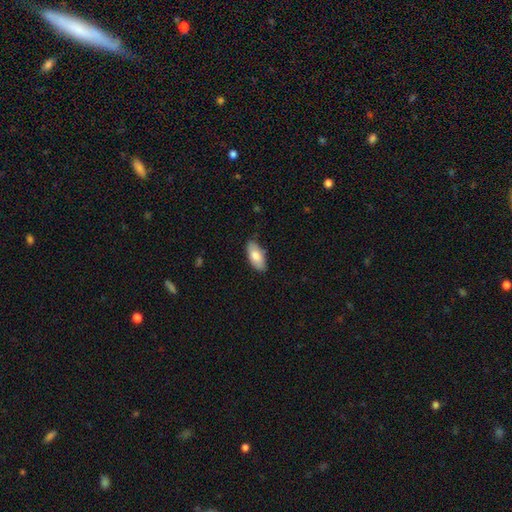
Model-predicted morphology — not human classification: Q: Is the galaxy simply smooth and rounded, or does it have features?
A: smooth — 81%.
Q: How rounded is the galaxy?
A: in between — 91%.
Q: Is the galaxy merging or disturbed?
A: none — 77%.